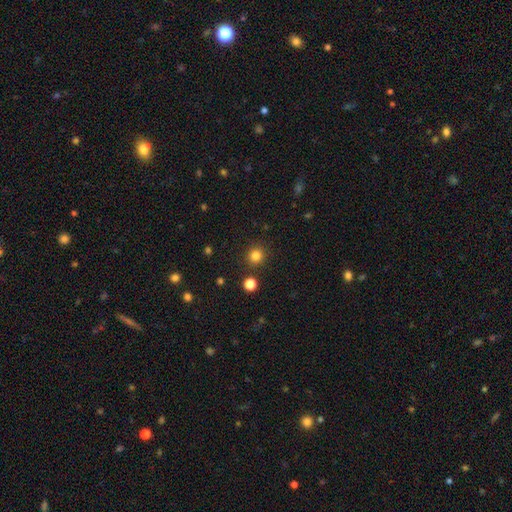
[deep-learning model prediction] Q: Smooth or featured?
A: smooth (82%); runner-up: star or artifact (14%)
Q: How rounded?
A: round (91%); runner-up: in between (8%)
Q: Merging?
A: none (89%); runner-up: minor disturbance (6%)